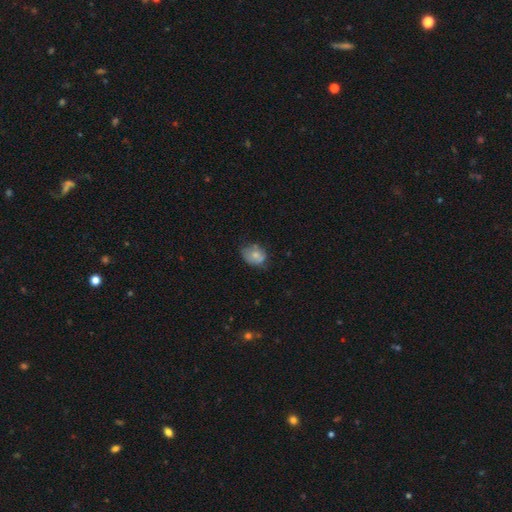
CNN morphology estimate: A smooth galaxy with no disk features (68%) that is in between round and cigar-shaped (57%). Merging: none (52%).